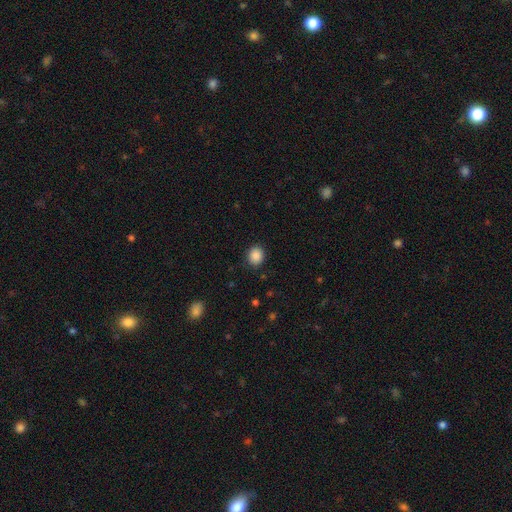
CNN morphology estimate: A smooth galaxy with no disk features (88%) that is round (69%).

Vote fractions:
- Smooth or featured? smooth: 88% / star or artifact: 9% / featured or disk: 3%
- How rounded? round: 69% / in between: 30% / cigar-shaped: 1%
- Merging? none: 88% / minor disturbance: 9% / major disturbance: 3% / merger: 1%